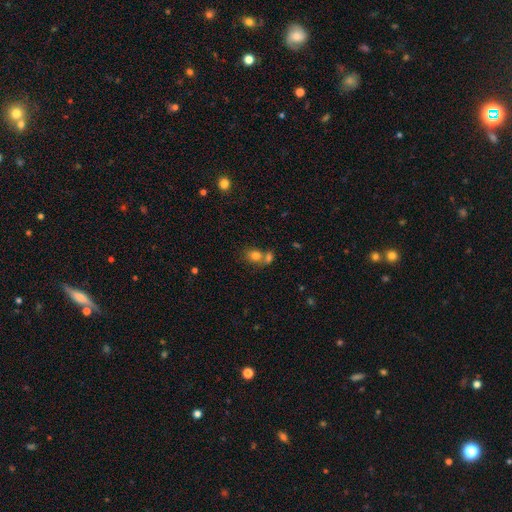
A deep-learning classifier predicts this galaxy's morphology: Smooth or featured? Predicted: smooth (p=0.77). How rounded? Predicted: round (p=0.53). Merging? Predicted: merger (p=0.48).